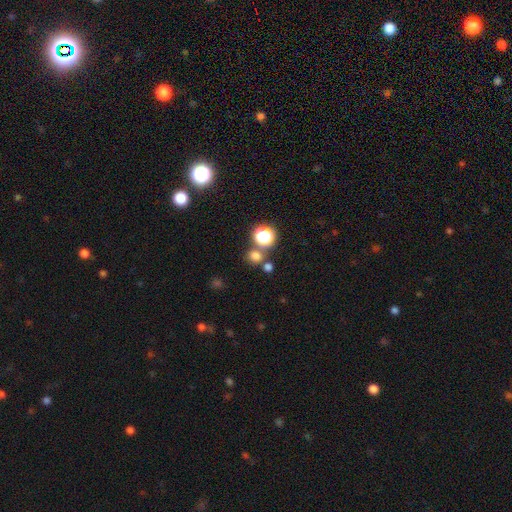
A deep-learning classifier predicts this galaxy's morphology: type=smooth (70%); roundness=round (81%); merging=none (68%).